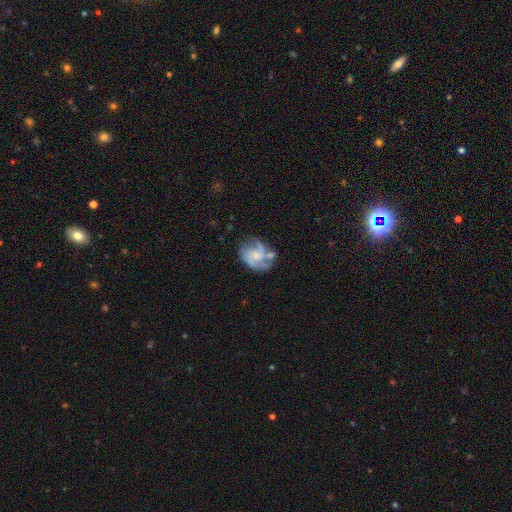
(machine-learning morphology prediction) A featured or disk galaxy (80%) with no bar (61%), 2 (62%) medium (51%) spiral arms (93%) and a small central bulge (58%). Merging: none (49%).